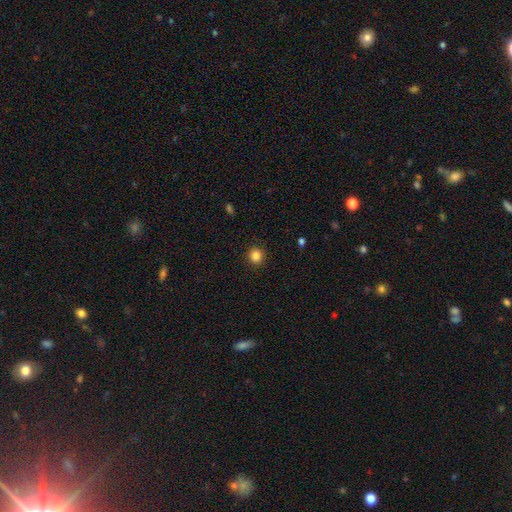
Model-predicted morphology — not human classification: Smooth or featured: smooth — 85% (star or artifact — 11%)
How rounded: round — 85% (in between — 14%)
Merging: none — 90% (minor disturbance — 6%)